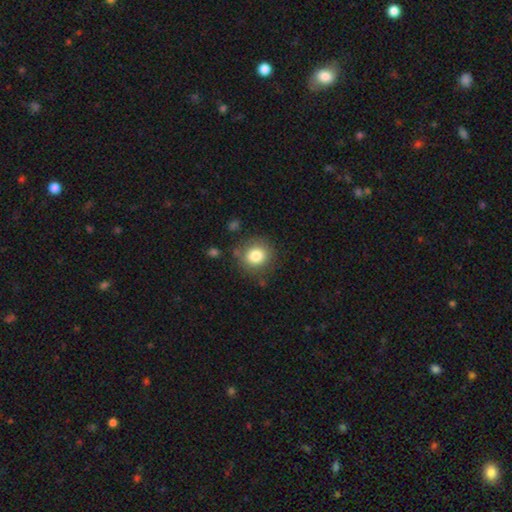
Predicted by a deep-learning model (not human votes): This appears to be a smooth galaxy with no disk features (82%) that is round (86%). Merging: none (82%).